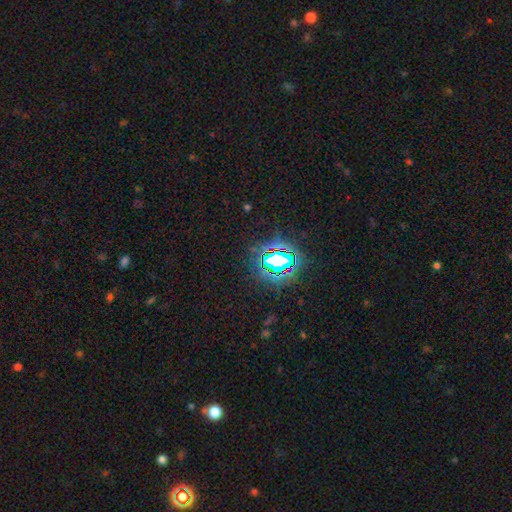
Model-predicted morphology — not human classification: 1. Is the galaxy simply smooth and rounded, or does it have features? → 81% star or artifact, 11% smooth, 7% featured or disk.